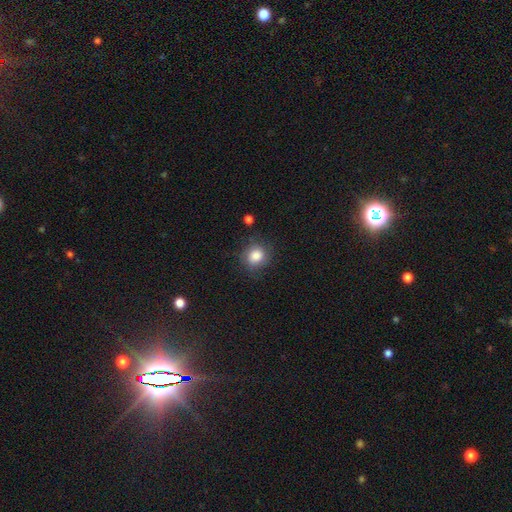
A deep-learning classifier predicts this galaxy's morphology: smooth 83%, star or artifact 10%, featured or disk 7%. Down the decision tree: how rounded — round (81%); merging — none (76%).